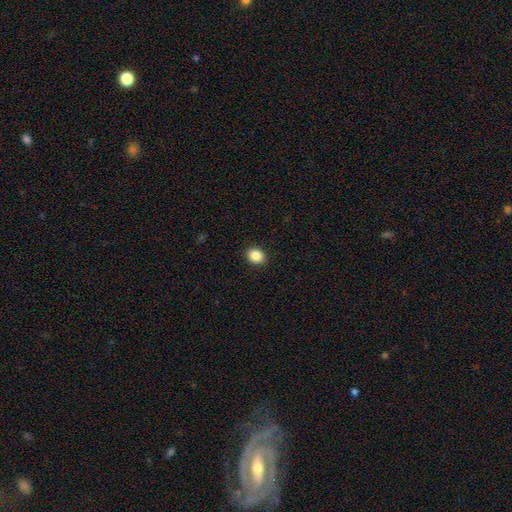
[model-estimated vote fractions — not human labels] Q: Smooth or featured?
A: smooth (87%); runner-up: star or artifact (9%)
Q: How rounded?
A: round (59%); runner-up: in between (40%)
Q: Merging?
A: none (92%); runner-up: minor disturbance (6%)